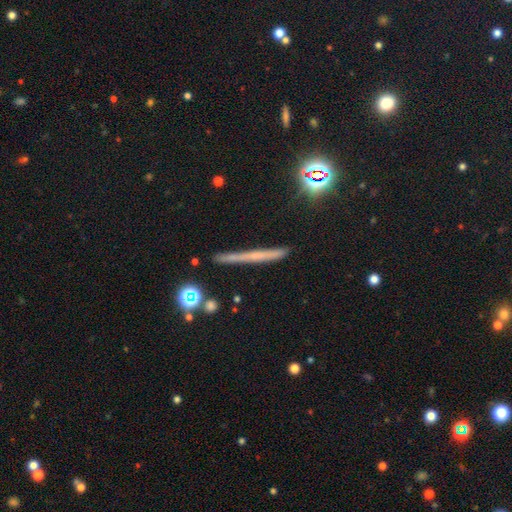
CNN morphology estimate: A featured or disk galaxy (45%).

Vote fractions:
- Smooth or featured? featured or disk: 45% / smooth: 40% / star or artifact: 15%
- Merging? none: 86% / minor disturbance: 10% / merger: 2% / major disturbance: 2%